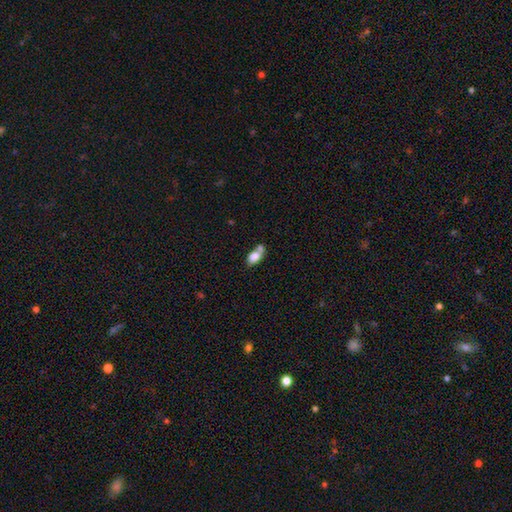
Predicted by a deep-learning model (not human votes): A smooth galaxy with no disk features (79%) that is in between round and cigar-shaped (87%). Merging: merger (45%).